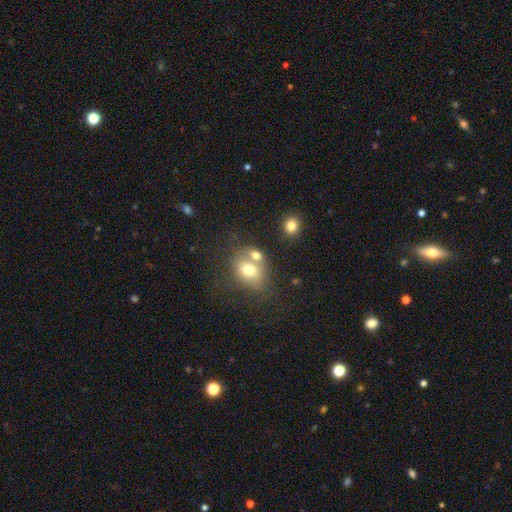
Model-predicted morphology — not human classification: type=smooth (70%); roundness=in between (53%); merging=merger (47%).